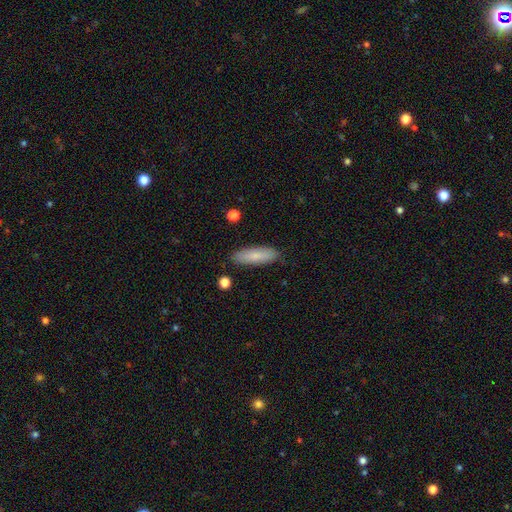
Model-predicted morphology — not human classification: This is likely a smooth galaxy (79%). How rounded: possibly cigar-shaped (56%). Merging: clearly none (87%).